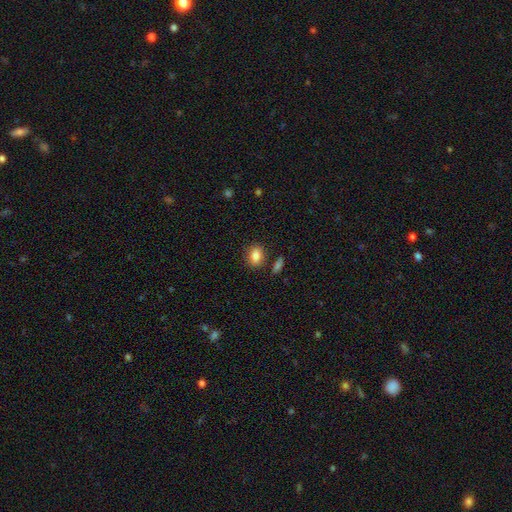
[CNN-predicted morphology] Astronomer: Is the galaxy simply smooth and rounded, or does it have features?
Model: smooth — 85%.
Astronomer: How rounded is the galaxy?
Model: in between — 73%.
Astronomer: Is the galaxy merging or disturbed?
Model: none — 79%.